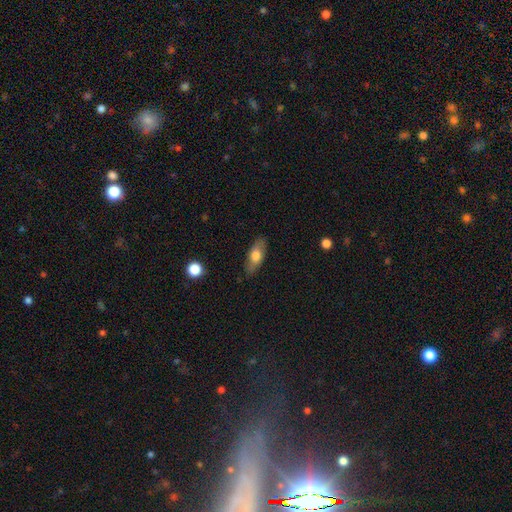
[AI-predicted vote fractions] smooth 65%, featured or disk 28%, star or artifact 7%. Down the decision tree: how rounded — in between (76%); merging — none (83%).